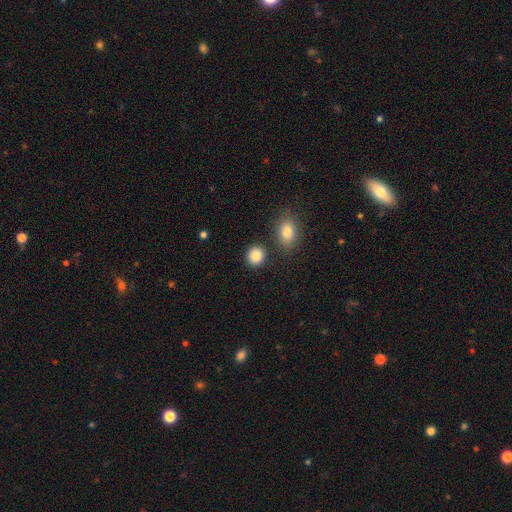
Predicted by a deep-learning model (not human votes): Overall: smooth (87%). How rounded: round (82%). Merging: none (85%).